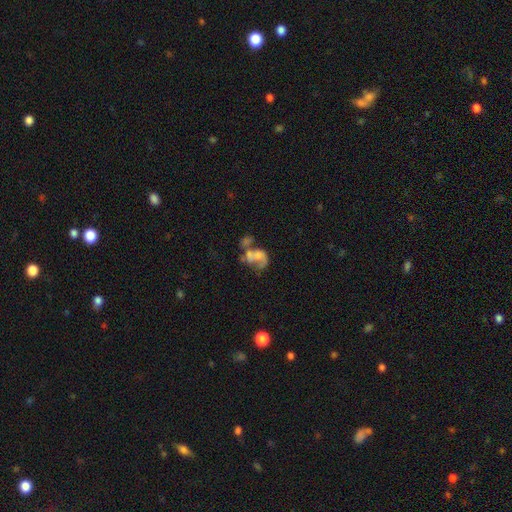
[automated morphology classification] This is possibly a featured or disk galaxy (55%). It is clearly not viewed edge-on (98%). Bar: clearly no (80%). Spiral arm pattern: possibly no (52%). Central bulge: possibly none (48%). Merging: possibly merger (47%).